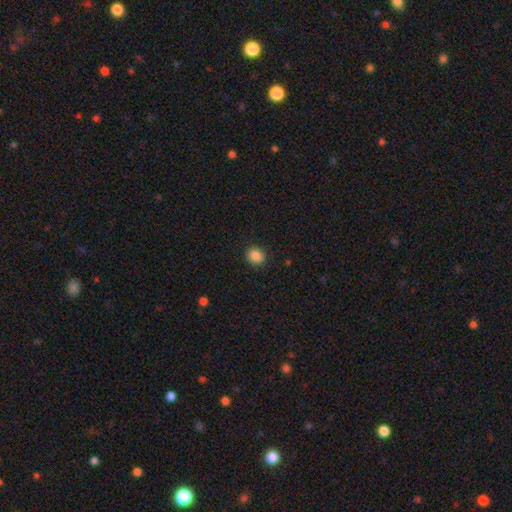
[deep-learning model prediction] Smooth or featured?
  - smooth: 87% *
  - star or artifact: 9%
  - featured or disk: 4%
How rounded?
  - round: 62% *
  - in between: 37%
  - cigar-shaped: 1%
Merging?
  - none: 88% *
  - minor disturbance: 9%
  - major disturbance: 2%
  - merger: 1%